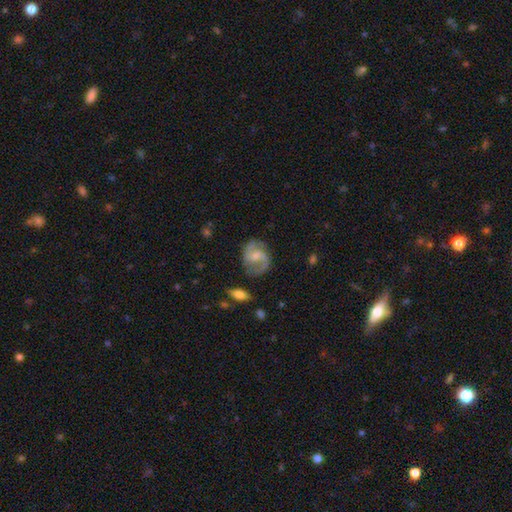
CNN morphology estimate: Smooth or featured: featured or disk — 81% (smooth — 14%)
Edge-on disk: no — 97% (yes — 3%)
Bar: weak — 46% (no — 43%)
Spiral arms: yes — 95% (no — 5%)
Spiral winding: medium — 51% (loose — 32%)
Spiral arm count: 2 — 88% (can't tell — 5%)
Bulge size: small — 55% (moderate — 34%)
Merging: none — 72% (minor disturbance — 18%)